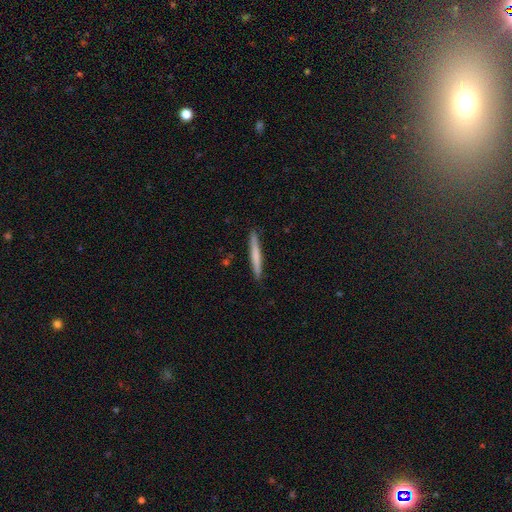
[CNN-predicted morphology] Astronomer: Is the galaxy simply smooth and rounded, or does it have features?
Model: smooth — 64%.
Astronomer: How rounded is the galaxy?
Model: cigar-shaped — 96%.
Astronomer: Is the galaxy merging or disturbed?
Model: none — 90%.